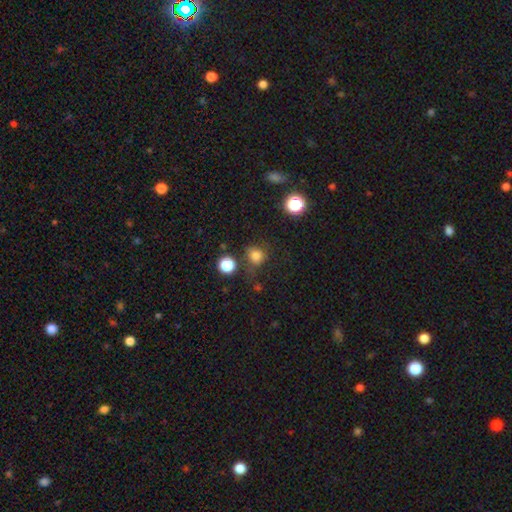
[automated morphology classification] smooth_or_featured: smooth (p=0.78) [alt: star or artifact p=0.16]
how_rounded: round (p=0.80) [alt: in between p=0.19]
merging: none (p=0.64) [alt: minor disturbance p=0.19]